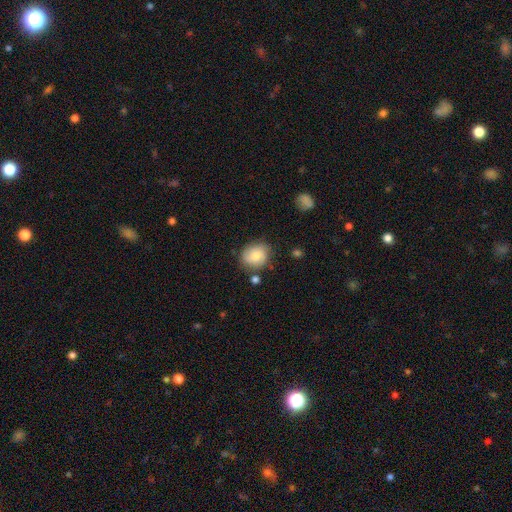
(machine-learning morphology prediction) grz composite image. It shows a smooth galaxy with no disk features (62%) that is round (72%). Merging: none (73%).